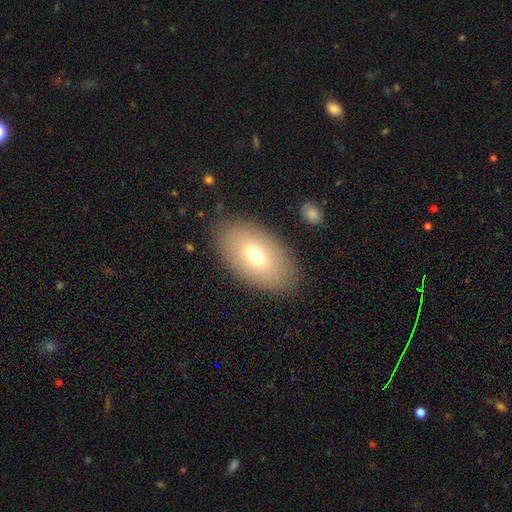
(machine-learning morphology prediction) A smooth galaxy with no disk features (67%) that is in between round and cigar-shaped (92%).

Vote fractions:
- Smooth or featured? smooth: 67% / featured or disk: 24% / star or artifact: 9%
- How rounded? in between: 92% / round: 6% / cigar-shaped: 2%
- Merging? none: 85% / minor disturbance: 9% / major disturbance: 4% / merger: 2%